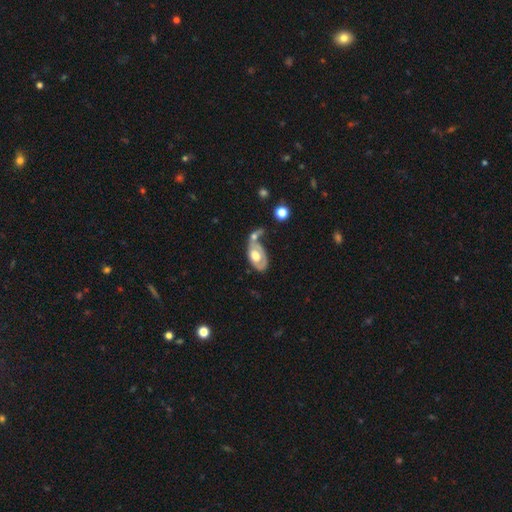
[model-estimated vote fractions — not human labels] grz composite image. It shows a featured or disk galaxy (54%). Merging: merger (39%).